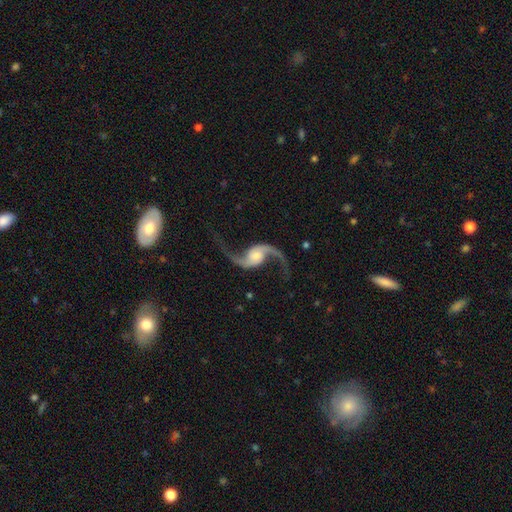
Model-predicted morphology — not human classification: Smooth or featured: featured or disk — 93% (star or artifact — 4%)
Edge-on disk: no — 97% (yes — 3%)
Bar: no — 56% (weak — 30%)
Spiral arms: yes — 98% (no — 2%)
Spiral winding: loose — 90% (medium — 8%)
Spiral arm count: 2 — 95% (1 — 1%)
Bulge size: moderate — 35% (small — 29%)
Merging: none — 76% (minor disturbance — 12%)